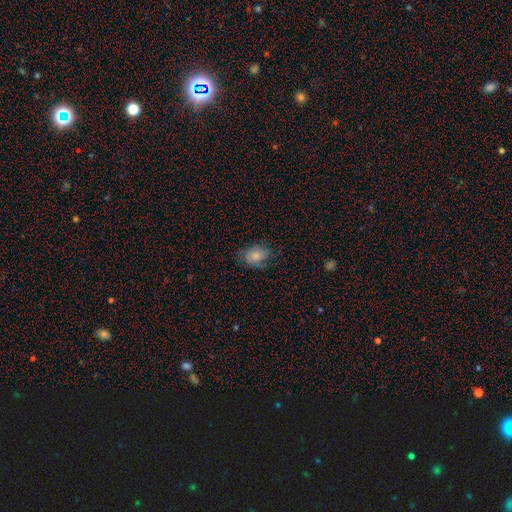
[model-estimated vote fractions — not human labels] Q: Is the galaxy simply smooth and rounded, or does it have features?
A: smooth — 78%.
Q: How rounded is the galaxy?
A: in between — 72%.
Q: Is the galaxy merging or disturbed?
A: none — 70%.